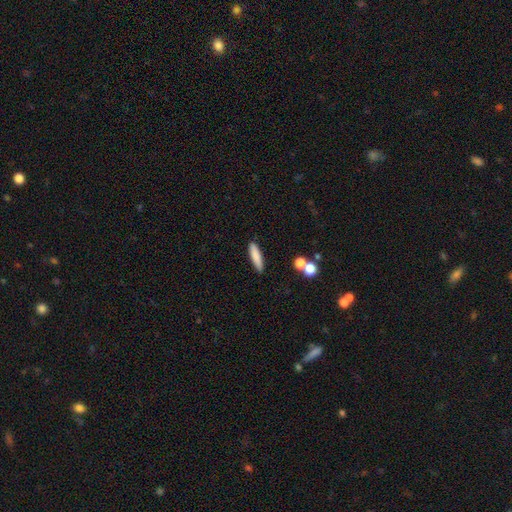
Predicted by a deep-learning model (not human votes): smooth 82%, featured or disk 11%, star or artifact 7%. Down the decision tree: how rounded — cigar-shaped (80%); merging — none (87%).